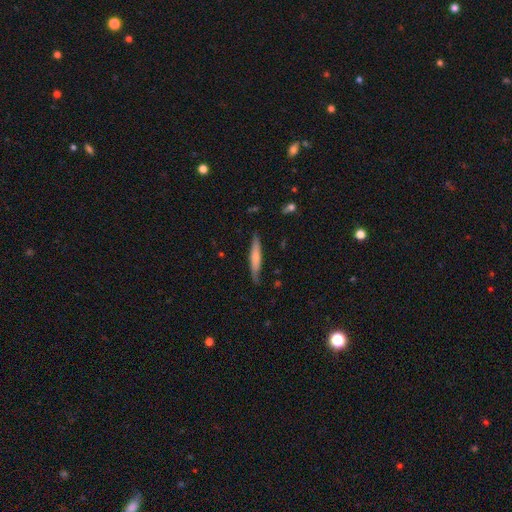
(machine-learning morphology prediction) smooth_or_featured: smooth (p=0.58) [alt: featured or disk p=0.36]
how_rounded: cigar-shaped (p=0.92) [alt: in between p=0.06]
merging: none (p=0.81) [alt: minor disturbance p=0.15]